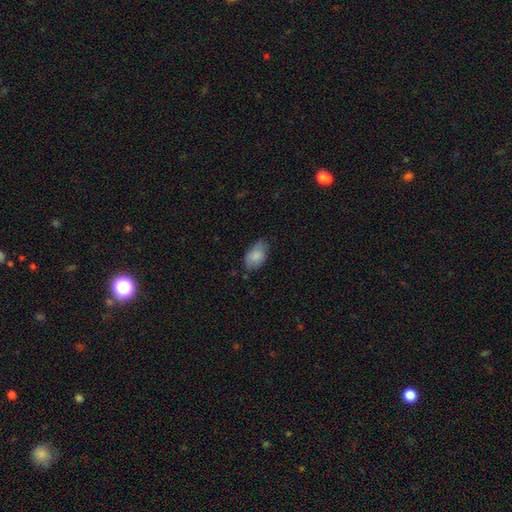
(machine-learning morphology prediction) Smooth or featured? Predicted: smooth (p=0.84). How rounded? Predicted: in between (p=0.92). Merging? Predicted: none (p=0.67).